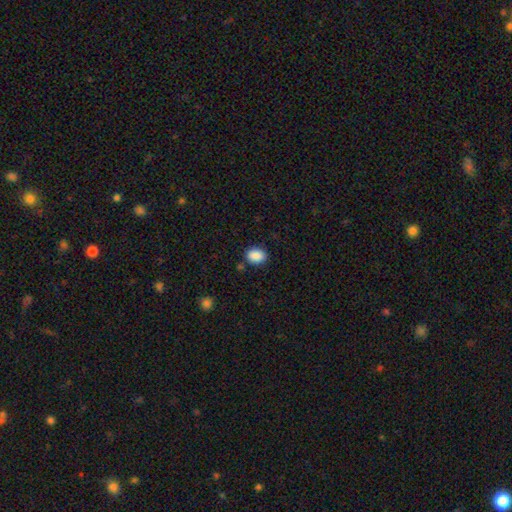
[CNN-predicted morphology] Smooth or featured: smooth — 89% (star or artifact — 8%)
How rounded: in between — 66% (round — 33%)
Merging: none — 83% (minor disturbance — 11%)